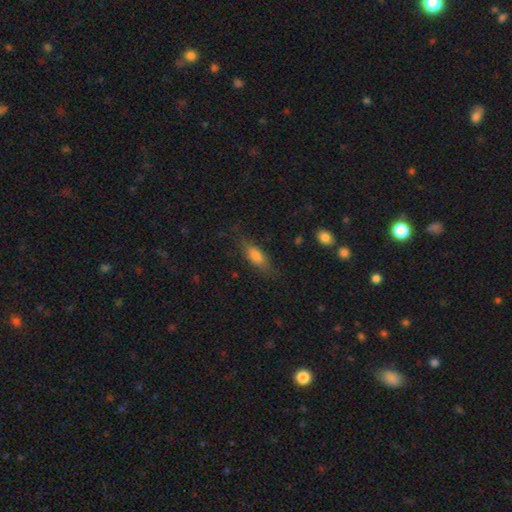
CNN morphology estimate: Smooth or featured?
  - smooth: 74% *
  - featured or disk: 18%
  - star or artifact: 8%
How rounded?
  - in between: 62% *
  - cigar-shaped: 35%
  - round: 3%
Merging?
  - none: 73% *
  - minor disturbance: 19%
  - major disturbance: 7%
  - merger: 2%